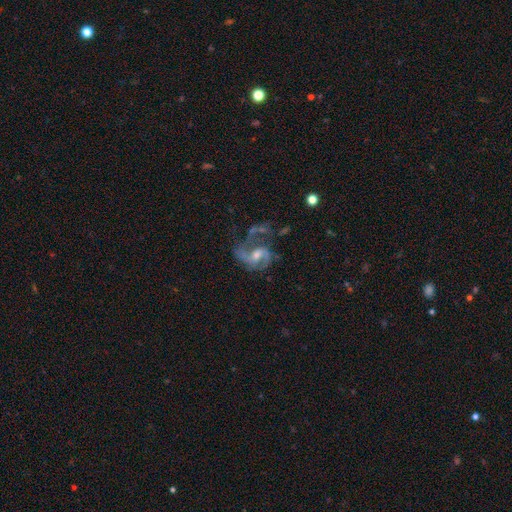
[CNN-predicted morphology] featured or disk 84%, smooth 8%, star or artifact 8%. Down the decision tree: edge-on disk — no (98%); bar — weak (48%); spiral arms — yes (93%); spiral arm count — 2 (59%); spiral winding — medium (49%); bulge size — moderate (56%); merging — none (44%).